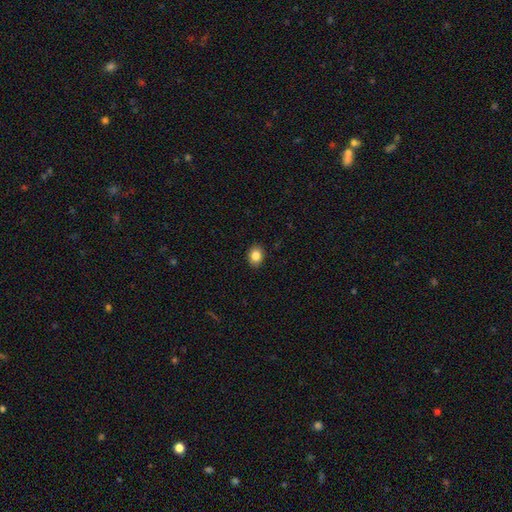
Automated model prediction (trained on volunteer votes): Smooth or featured?
  - smooth: 84% *
  - star or artifact: 10%
  - featured or disk: 7%
How rounded?
  - in between: 54% *
  - round: 46%
  - cigar-shaped: 1%
Merging?
  - none: 89% *
  - minor disturbance: 8%
  - major disturbance: 2%
  - merger: 1%